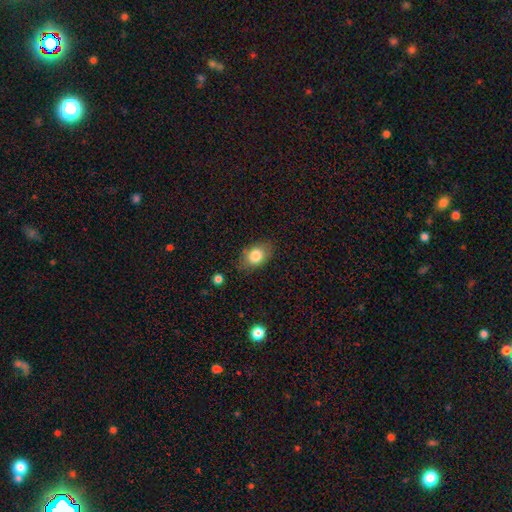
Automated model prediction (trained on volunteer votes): This is likely a smooth galaxy (80%). How rounded: likely in between (79%). Merging: likely none (79%).